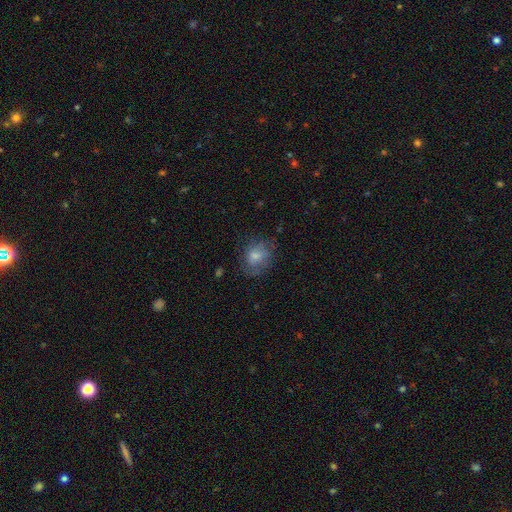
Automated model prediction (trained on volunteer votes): smooth 66%, featured or disk 25%, star or artifact 9%. Down the decision tree: how rounded — round (54%); merging — none (61%).